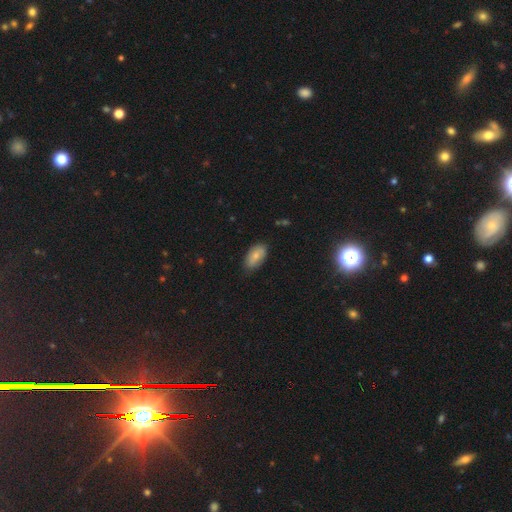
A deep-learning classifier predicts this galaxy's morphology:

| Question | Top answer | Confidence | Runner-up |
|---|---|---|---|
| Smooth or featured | smooth | 74% | featured or disk (19%) |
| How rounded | in between | 93% | round (4%) |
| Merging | none | 76% | minor disturbance (20%) |